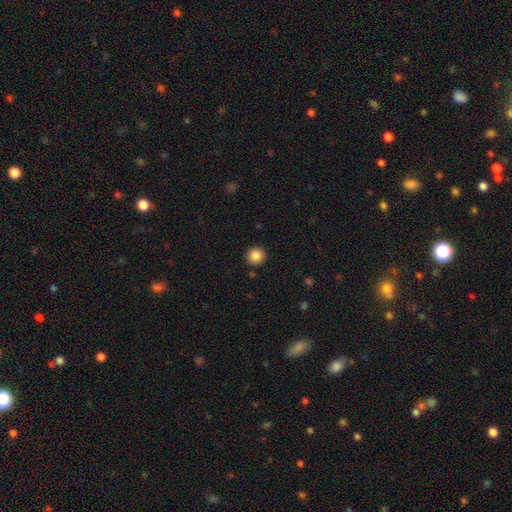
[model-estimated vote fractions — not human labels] The model was most divided on "smooth or featured": smooth: 86%, star or artifact: 10%, featured or disk: 4%. More confident: how rounded — round (95%); merging — none (92%).